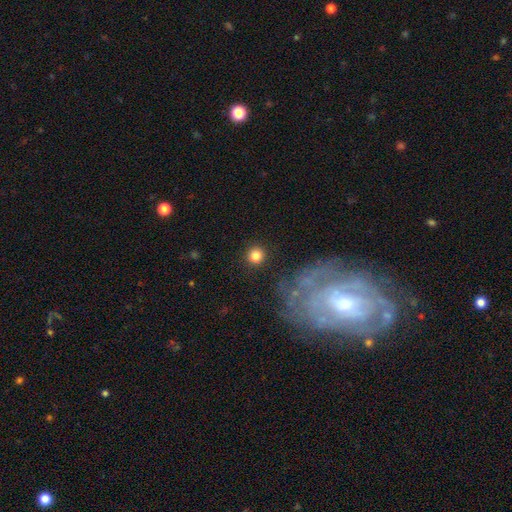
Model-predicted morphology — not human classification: This is clearly a smooth galaxy (82%). How rounded: clearly round (94%). Merging: clearly none (88%).